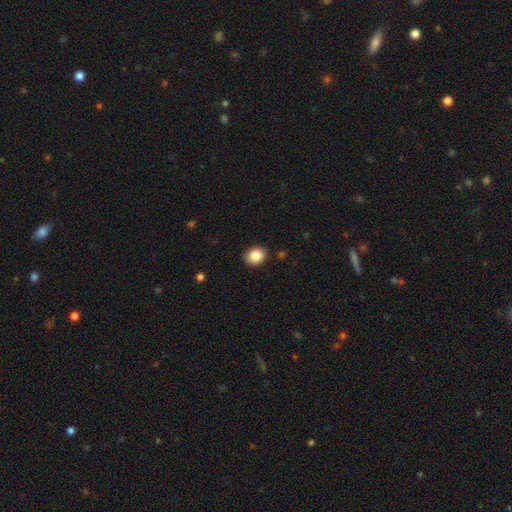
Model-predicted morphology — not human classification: Smooth or featured?
  - smooth: 86% *
  - star or artifact: 9%
  - featured or disk: 5%
How rounded?
  - round: 59% *
  - in between: 40%
  - cigar-shaped: 1%
Merging?
  - none: 89% *
  - minor disturbance: 8%
  - major disturbance: 2%
  - merger: 1%